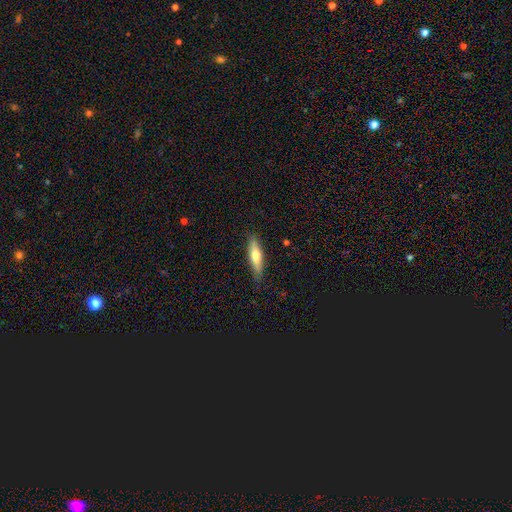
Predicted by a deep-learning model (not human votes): Q: Smooth or featured?
A: smooth (63%); runner-up: featured or disk (31%)
Q: How rounded?
A: cigar-shaped (71%); runner-up: in between (28%)
Q: Merging?
A: none (84%); runner-up: minor disturbance (12%)